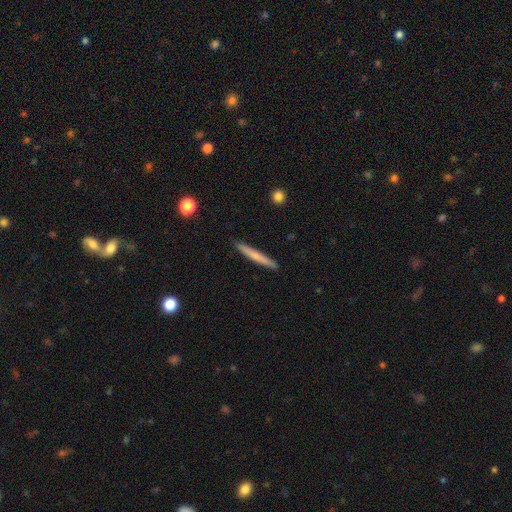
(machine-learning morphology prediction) This appears to be a smooth galaxy with no disk features (64%) that is cigar-shaped (96%). Merging: none (91%).